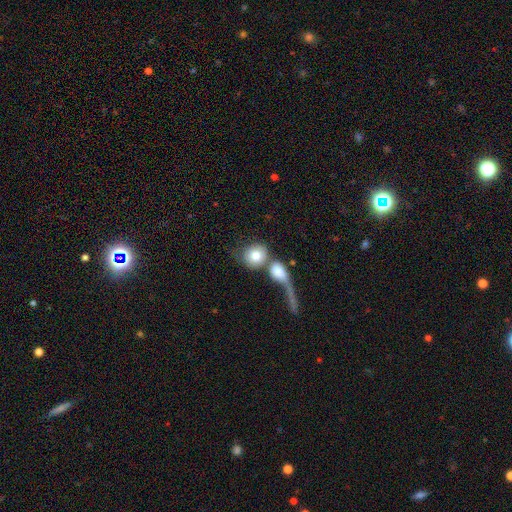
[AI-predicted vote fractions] This is likely a smooth galaxy (74%). How rounded: clearly round (84%). Merging: possibly merger (52%).